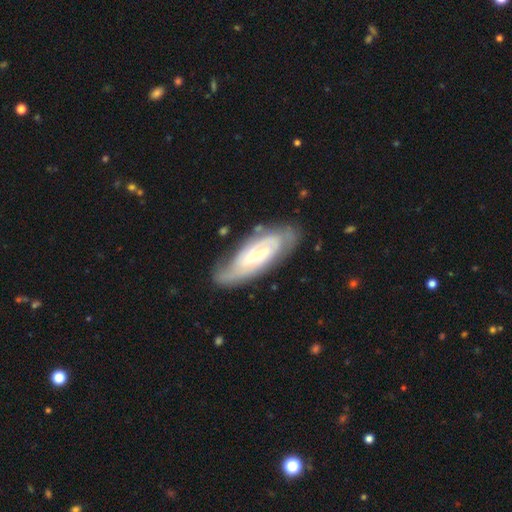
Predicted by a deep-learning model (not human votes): A featured or disk galaxy (79%) with a weak bar (41%), 2 (58%) tight (55%) spiral arms (89%) and a small central bulge (57%). Merging: none (73%).